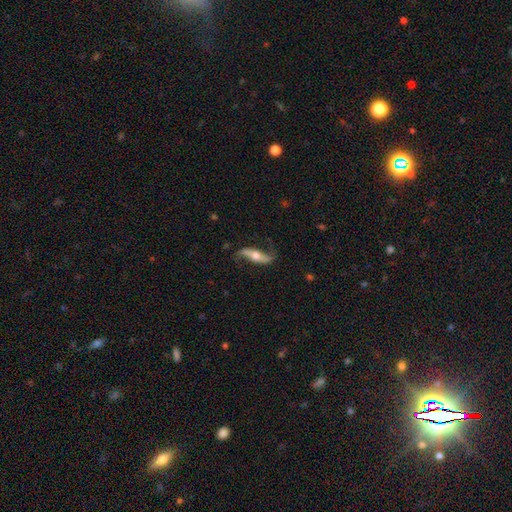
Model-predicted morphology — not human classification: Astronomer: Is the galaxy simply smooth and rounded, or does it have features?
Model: featured or disk — 73%.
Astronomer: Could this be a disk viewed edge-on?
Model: no — 69%.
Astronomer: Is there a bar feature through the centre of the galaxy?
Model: no — 48% (runner-up: strong, 30%).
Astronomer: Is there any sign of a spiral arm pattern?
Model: yes — 90%.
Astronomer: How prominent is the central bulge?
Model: moderate — 62%.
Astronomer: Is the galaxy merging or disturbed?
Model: none — 74%.